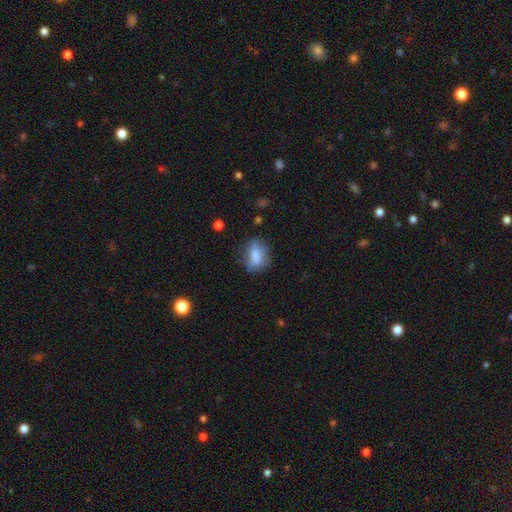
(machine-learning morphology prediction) This appears to be a smooth galaxy with no disk features (77%) that is in between round and cigar-shaped (74%). Merging: none (63%).